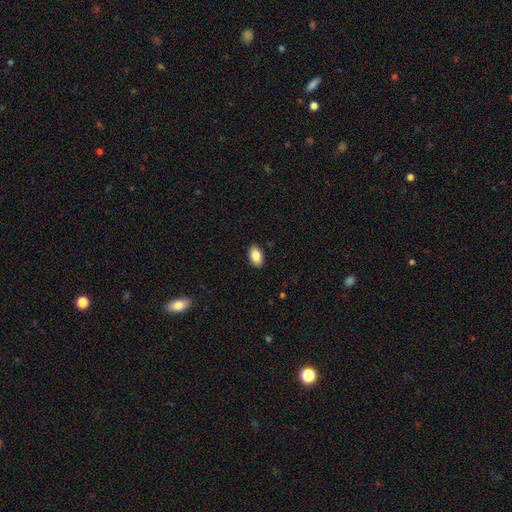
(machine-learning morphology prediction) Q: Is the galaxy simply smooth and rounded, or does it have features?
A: smooth — 86%.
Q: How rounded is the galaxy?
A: in between — 92%.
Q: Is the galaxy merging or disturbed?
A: none — 90%.